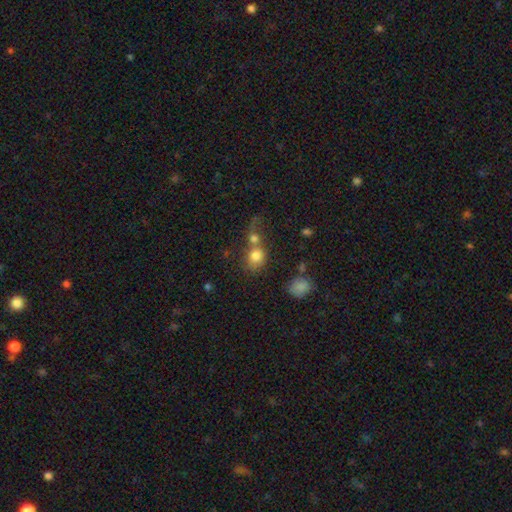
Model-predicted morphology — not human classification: Smooth or featured? smooth (78%)
How rounded? round (70%)
Merging? merger (51%)